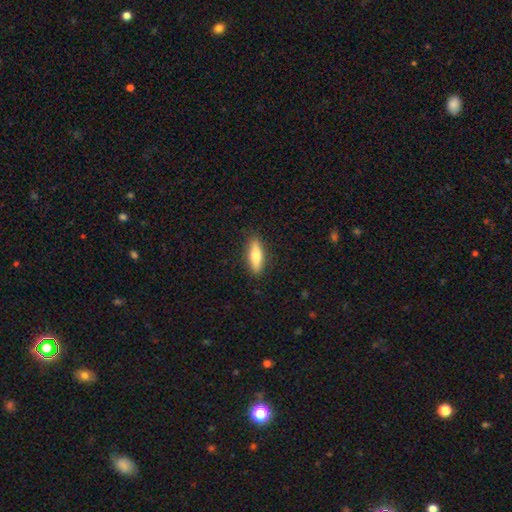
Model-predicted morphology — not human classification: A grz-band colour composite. It shows a smooth galaxy with no disk features (64%) that is cigar-shaped (58%). Merging: none (89%).